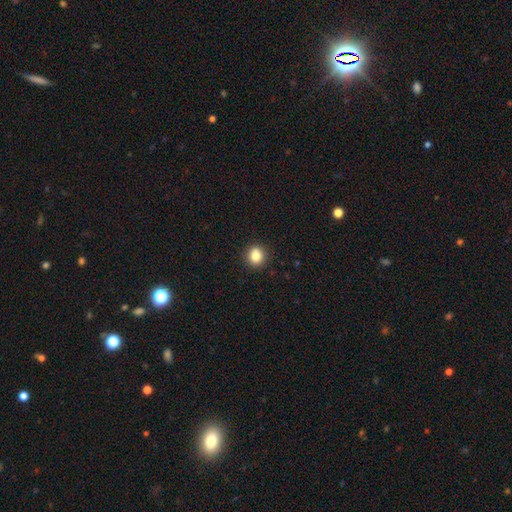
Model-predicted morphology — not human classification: Smooth or featured?
  - smooth: 84% *
  - star or artifact: 11%
  - featured or disk: 6%
How rounded?
  - round: 79% *
  - in between: 20%
  - cigar-shaped: 1%
Merging?
  - none: 90% *
  - minor disturbance: 7%
  - major disturbance: 2%
  - merger: 1%